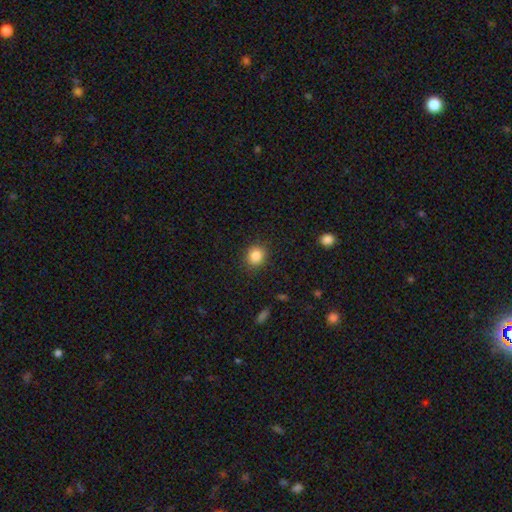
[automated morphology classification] This appears to be a smooth galaxy with no disk features (86%) that is round (79%). Merging: none (88%).